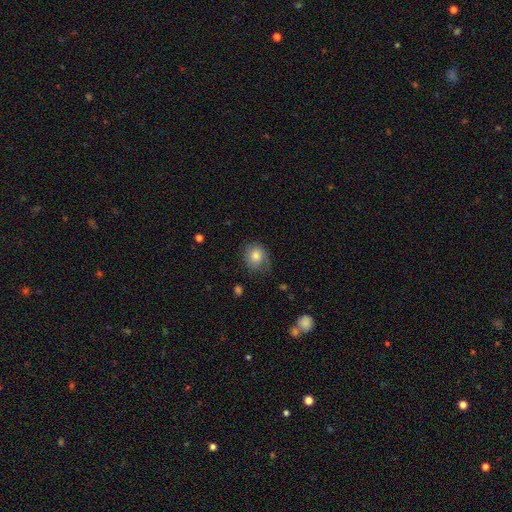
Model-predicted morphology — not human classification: Smooth or featured? smooth (79%)
How rounded? round (75%)
Merging? none (61%)